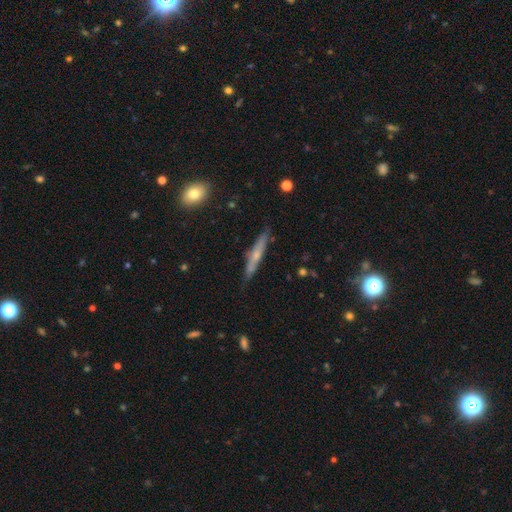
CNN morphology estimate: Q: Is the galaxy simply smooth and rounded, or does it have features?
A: featured or disk — 51%.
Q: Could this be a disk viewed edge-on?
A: yes — 90%.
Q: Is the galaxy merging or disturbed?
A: none — 79%.